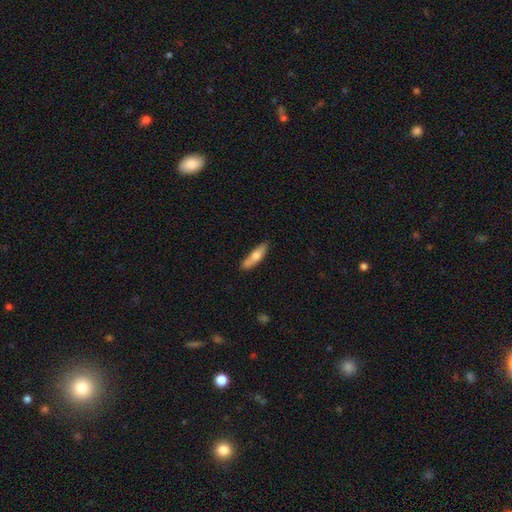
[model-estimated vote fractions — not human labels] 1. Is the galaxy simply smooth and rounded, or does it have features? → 65% smooth, 29% featured or disk, 6% star or artifact.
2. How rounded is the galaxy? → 69% cigar-shaped, 29% in between, 2% round.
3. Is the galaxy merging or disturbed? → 74% none, 18% minor disturbance, 5% merger, 3% major disturbance.